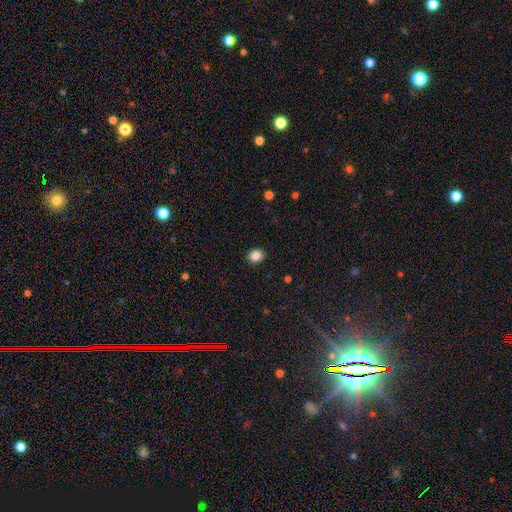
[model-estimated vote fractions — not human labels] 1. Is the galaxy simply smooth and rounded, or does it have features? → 86% smooth, 10% star or artifact, 4% featured or disk.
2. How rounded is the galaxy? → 62% round, 37% in between, 1% cigar-shaped.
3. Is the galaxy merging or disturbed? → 91% none, 7% minor disturbance, 2% major disturbance, 1% merger.